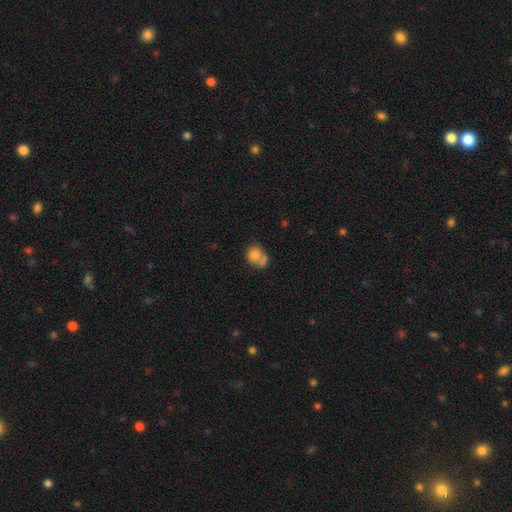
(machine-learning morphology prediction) Smooth or featured: smooth — 78% (featured or disk — 13%)
How rounded: round — 63% (in between — 36%)
Merging: merger — 44% (none — 34%)